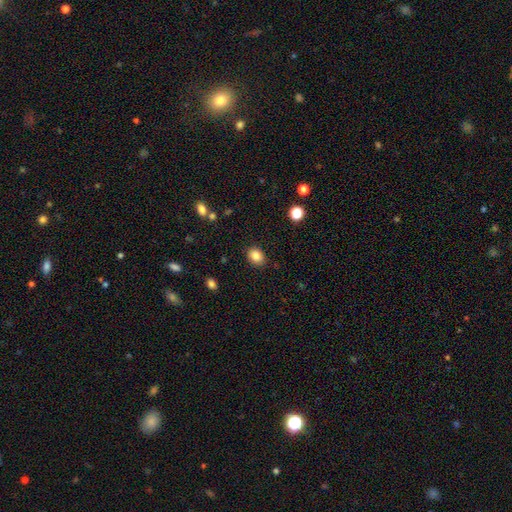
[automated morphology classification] smooth_or_featured: smooth (p=0.85) [alt: star or artifact p=0.10]
how_rounded: round (p=0.51) [alt: in between p=0.48]
merging: none (p=0.87) [alt: minor disturbance p=0.09]